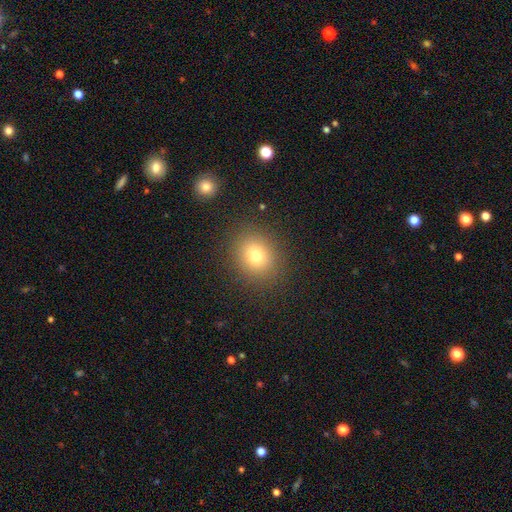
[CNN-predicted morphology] The model was most divided on "how rounded": round: 72%, in between: 27%, cigar-shaped: 1%. More confident: merging — none (87%); smooth or featured — smooth (75%).